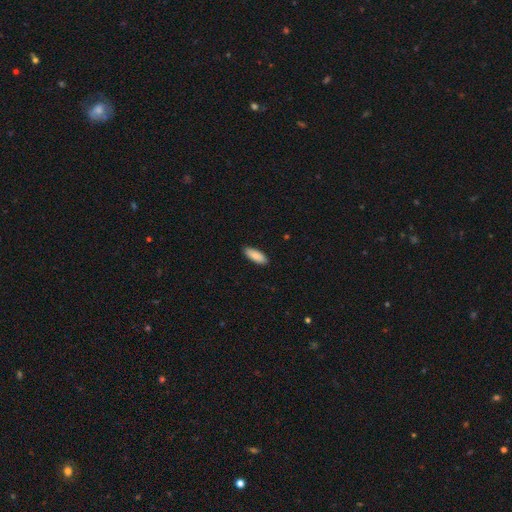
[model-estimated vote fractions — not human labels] Smooth or featured? smooth (88%)
How rounded? in between (74%)
Merging? none (88%)